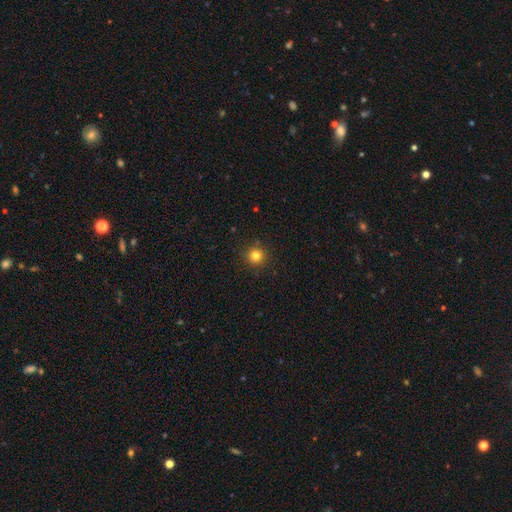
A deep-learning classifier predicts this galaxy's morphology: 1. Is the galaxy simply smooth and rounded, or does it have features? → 81% smooth, 13% star or artifact, 6% featured or disk.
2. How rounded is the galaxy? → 94% round, 5% in between, 1% cigar-shaped.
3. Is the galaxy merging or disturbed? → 90% none, 6% minor disturbance, 2% major disturbance, 1% merger.